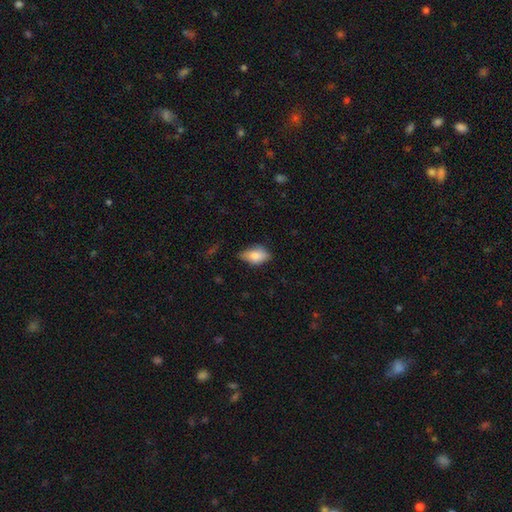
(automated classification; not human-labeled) This appears to be a smooth galaxy with no disk features (82%) that is in between round and cigar-shaped (90%). Merging: none (62%).